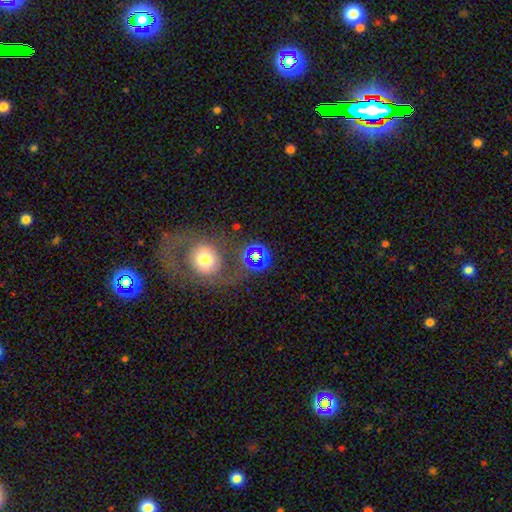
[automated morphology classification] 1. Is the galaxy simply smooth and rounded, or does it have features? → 43% featured or disk, 42% smooth, 15% star or artifact.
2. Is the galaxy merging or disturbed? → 50% none, 21% merger, 16% major disturbance, 14% minor disturbance.